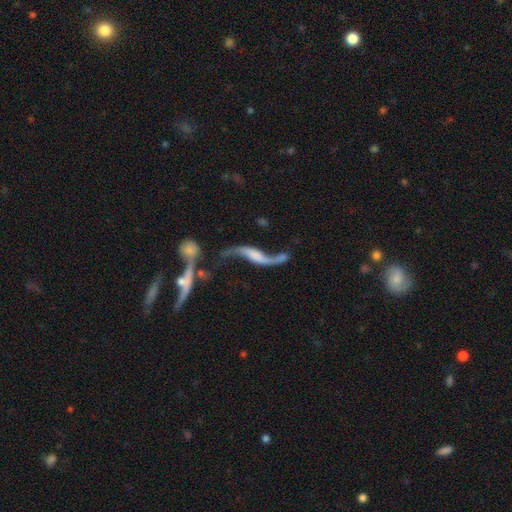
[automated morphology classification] A featured or disk galaxy (84%) with no bar (47%), 2 (92%) loose (95%) spiral arms (93%) and no central bulge (48%).

Vote fractions:
- Smooth or featured? featured or disk: 84% / smooth: 10% / star or artifact: 6%
- Edge-on disk? no: 88% / yes: 12%
- Bar? no: 47% / weak: 34% / strong: 20%
- Spiral arms? yes: 93% / no: 7%
- Spiral winding? loose: 95% / medium: 4% / tight: 2%
- Spiral arm count? 2: 92% / 1: 4% / can't tell: 2% / 3: 1% / 4: 1% / more than 4: 1%
- Bulge size? none: 48% / small: 20% / moderate: 17% / large: 11% / dominant: 4%
- Merging? none: 46% / merger: 23% / minor disturbance: 16% / major disturbance: 15%